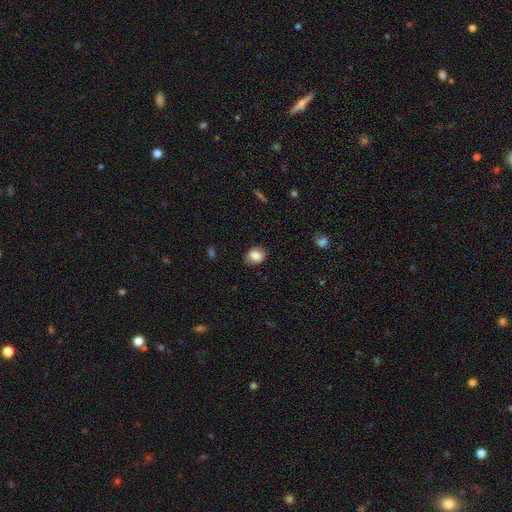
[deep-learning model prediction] The model was most divided on "how rounded": round: 55%, in between: 44%, cigar-shaped: 1%. More confident: smooth or featured — smooth (85%); merging — none (77%).